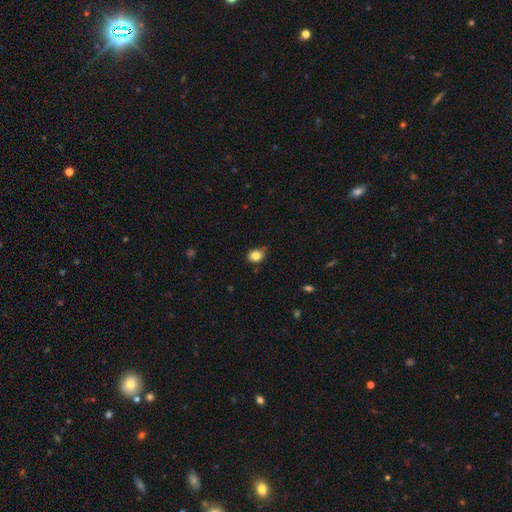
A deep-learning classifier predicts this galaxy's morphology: Overall: smooth (83%). How rounded: round (55%; in between 44%). Merging: none (77%).